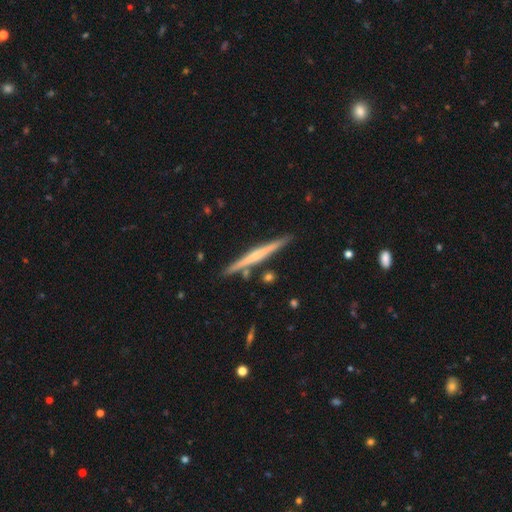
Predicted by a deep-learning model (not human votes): A featured or disk galaxy (64%) viewed edge-on (98%) with no central bulge (47%). Merging: none (87%).